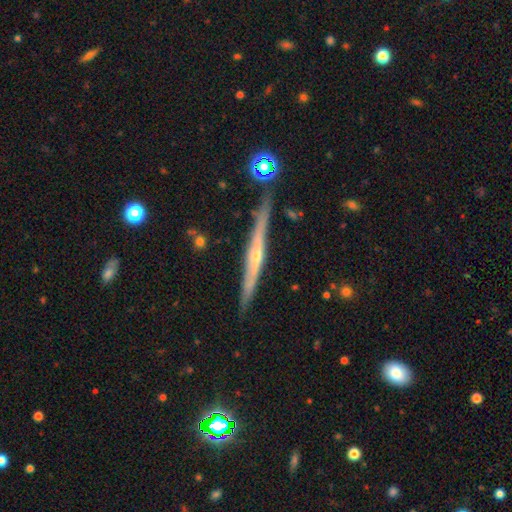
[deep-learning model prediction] Overall: featured or disk (75%). Edge-on disk: yes (97%). Edge-on bulge: rounded (67%; none 27%). Merging: none (85%).